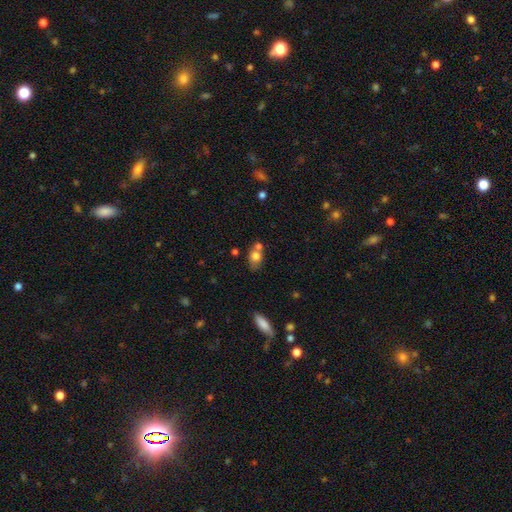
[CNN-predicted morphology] Smooth or featured?
  - smooth: 74% *
  - featured or disk: 16%
  - star or artifact: 9%
How rounded?
  - in between: 66% *
  - round: 31%
  - cigar-shaped: 2%
Merging?
  - none: 41% *
  - merger: 39%
  - minor disturbance: 14%
  - major disturbance: 6%